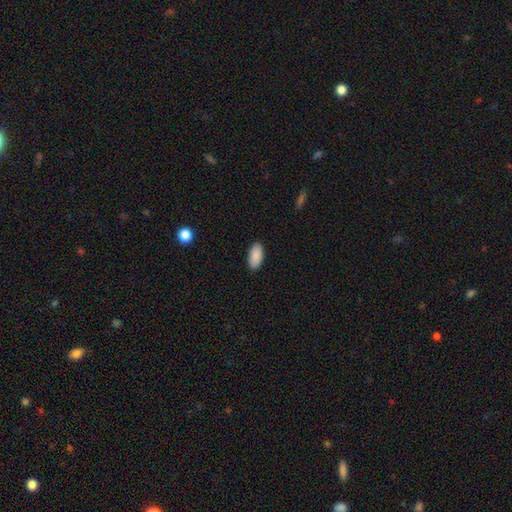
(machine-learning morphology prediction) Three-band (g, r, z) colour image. It shows a smooth galaxy with no disk features (90%) that is in between round and cigar-shaped (92%). Merging: none (89%).